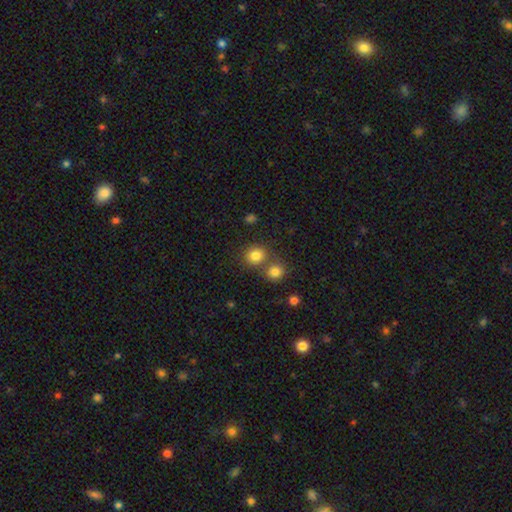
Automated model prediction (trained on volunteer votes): Smooth or featured? Predicted: smooth (p=0.81). How rounded? Predicted: round (p=0.80). Merging? Predicted: none (p=0.59).